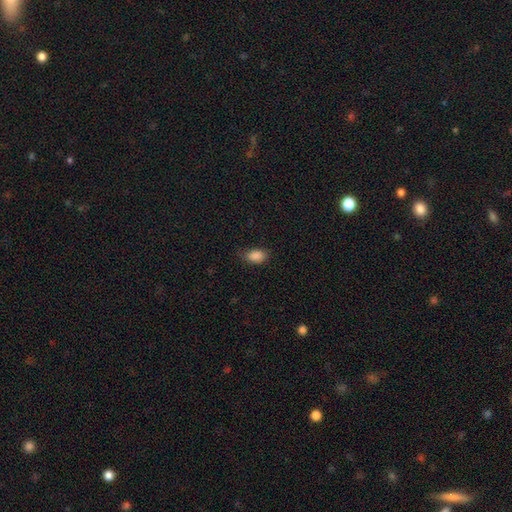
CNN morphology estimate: Smooth or featured? Predicted: smooth (p=0.88). How rounded? Predicted: in between (p=0.88). Merging? Predicted: none (p=0.75).